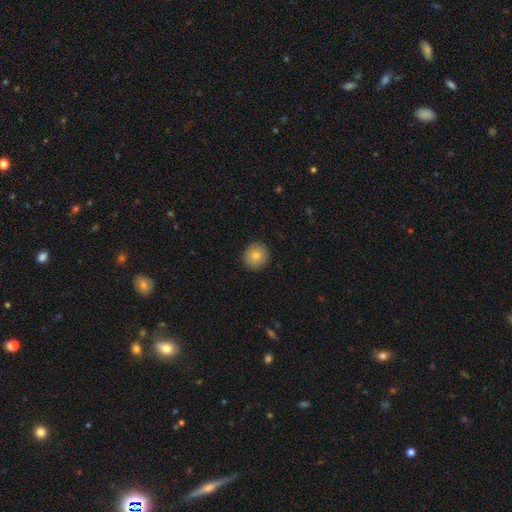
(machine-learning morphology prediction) Smooth or featured? Predicted: smooth (p=0.82). How rounded? Predicted: round (p=0.91). Merging? Predicted: none (p=0.92).